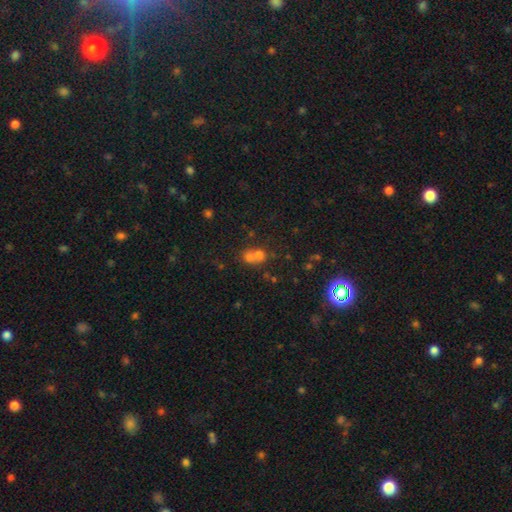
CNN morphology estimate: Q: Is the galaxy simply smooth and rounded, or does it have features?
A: smooth — 66%.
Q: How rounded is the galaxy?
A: round — 67%.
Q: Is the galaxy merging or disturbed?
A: merger — 62%.